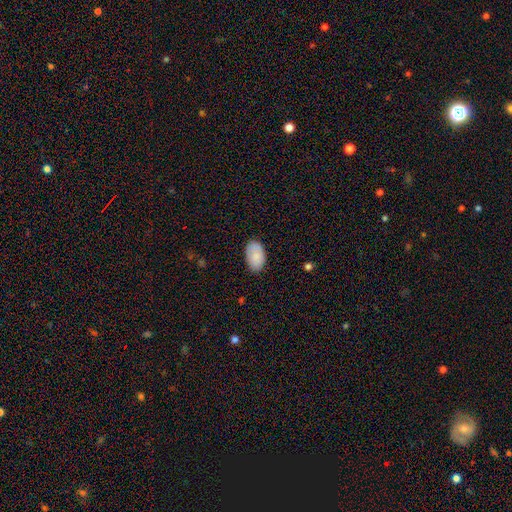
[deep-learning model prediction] Smooth or featured: smooth — 85% (featured or disk — 8%)
How rounded: in between — 93% (round — 6%)
Merging: none — 81% (minor disturbance — 15%)